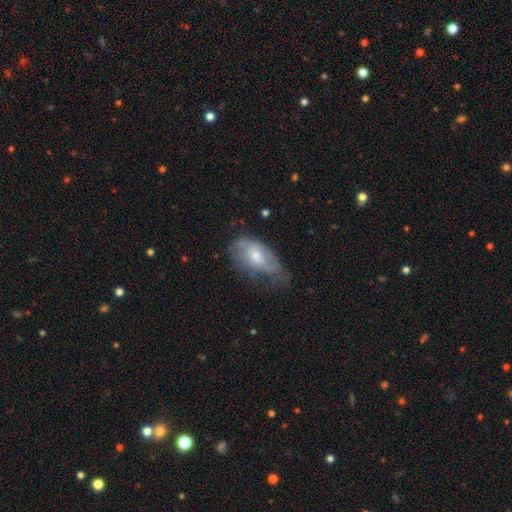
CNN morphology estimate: smooth_or_featured: featured or disk (p=0.47) [alt: smooth p=0.45]
merging: minor disturbance (p=0.38) [alt: none p=0.33]